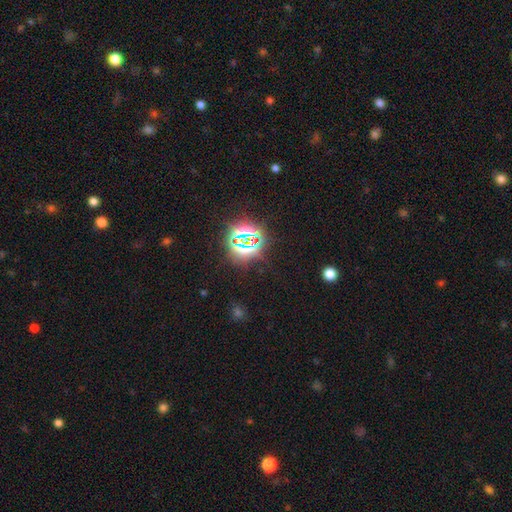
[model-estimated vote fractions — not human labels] smooth_or_featured: star or artifact (p=0.75) [alt: smooth p=0.17]